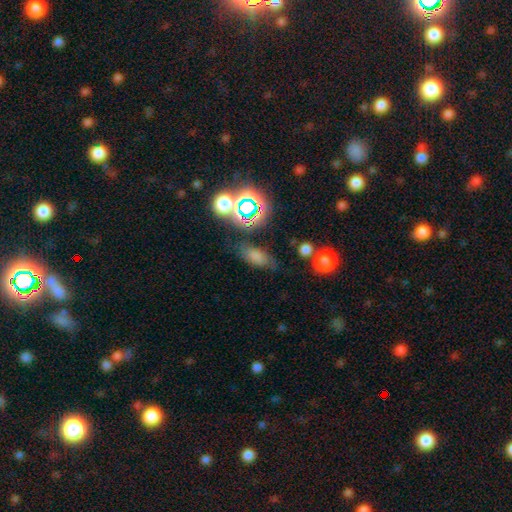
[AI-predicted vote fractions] Smooth or featured: smooth — 60% (star or artifact — 27%)
How rounded: in between — 76% (round — 13%)
Merging: none — 69% (minor disturbance — 17%)